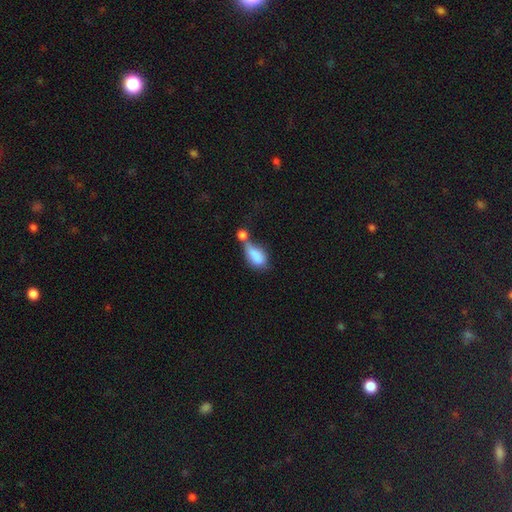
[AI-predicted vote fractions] Morphology: type=smooth (76%); roundness=in between (84%); merging=merger (52%).